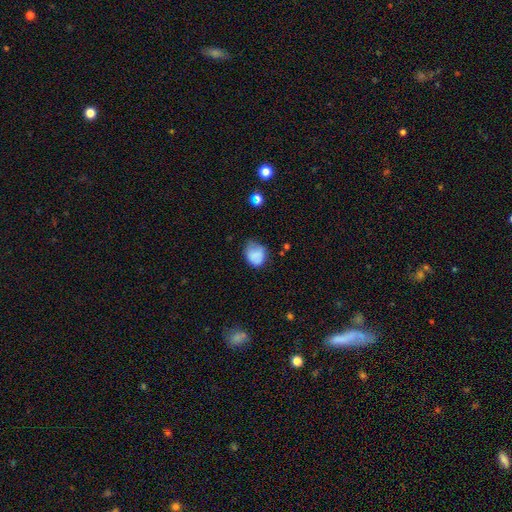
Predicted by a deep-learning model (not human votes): A smooth galaxy with no disk features (82%) that is round (58%).

Vote fractions:
- Smooth or featured? smooth: 82% / featured or disk: 9% / star or artifact: 9%
- How rounded? round: 58% / in between: 41% / cigar-shaped: 1%
- Merging? none: 50% / minor disturbance: 37% / major disturbance: 10% / merger: 2%